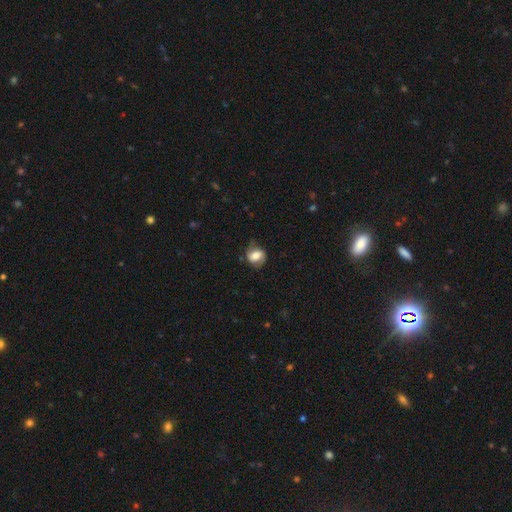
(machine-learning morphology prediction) A smooth galaxy with no disk features (56%) that is round (51%).

Vote fractions:
- Smooth or featured? smooth: 56% / featured or disk: 35% / star or artifact: 8%
- How rounded? round: 51% / in between: 48% / cigar-shaped: 1%
- Merging? none: 65% / minor disturbance: 24% / major disturbance: 9% / merger: 1%